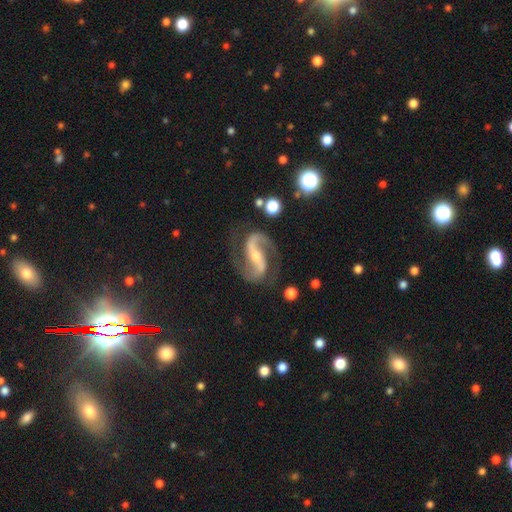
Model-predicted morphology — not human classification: featured or disk 91%, star or artifact 5%, smooth 3%. Down the decision tree: edge-on disk — no (97%); bar — strong (49%); spiral arms — yes (98%); spiral arm count — 2 (94%); spiral winding — medium (55%); bulge size — small (54%); merging — none (78%).